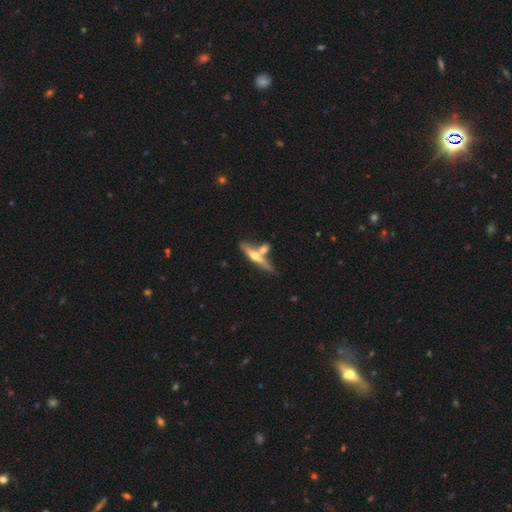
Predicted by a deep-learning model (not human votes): This is possibly a featured or disk galaxy (57%). It is clearly viewed edge-on (92%). Edge-on bulge: clearly rounded (85%). Merging: possibly none (54%).